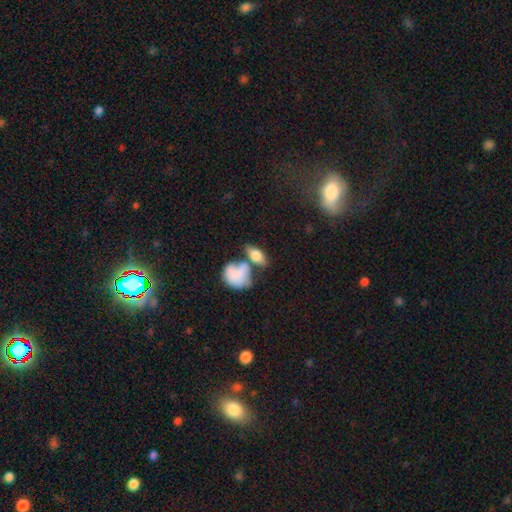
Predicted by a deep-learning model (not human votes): Morphology: type=smooth (73%); roundness=in between (80%); merging=merger (39%).